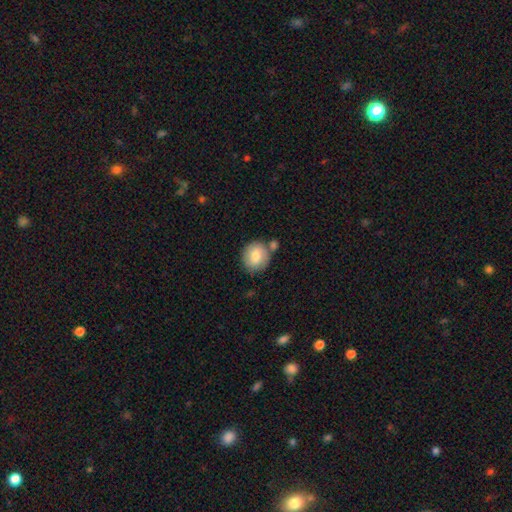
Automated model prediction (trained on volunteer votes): Smooth or featured? Predicted: smooth (p=0.77). How rounded? Predicted: round (p=0.80). Merging? Predicted: none (p=0.64).